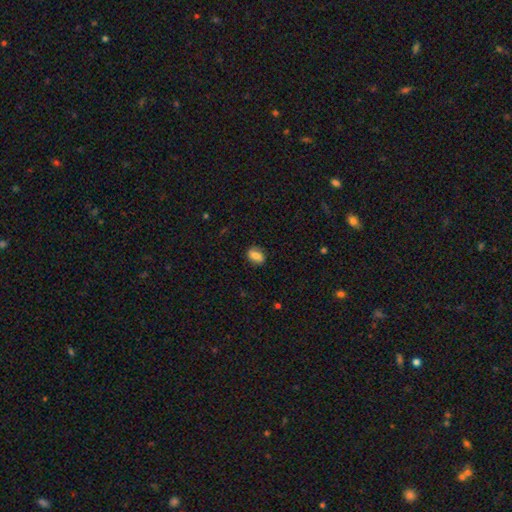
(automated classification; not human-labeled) smooth_or_featured: smooth (p=0.71) [alt: featured or disk p=0.20]
how_rounded: in between (p=0.73) [alt: round p=0.25]
merging: none (p=0.82) [alt: minor disturbance p=0.13]